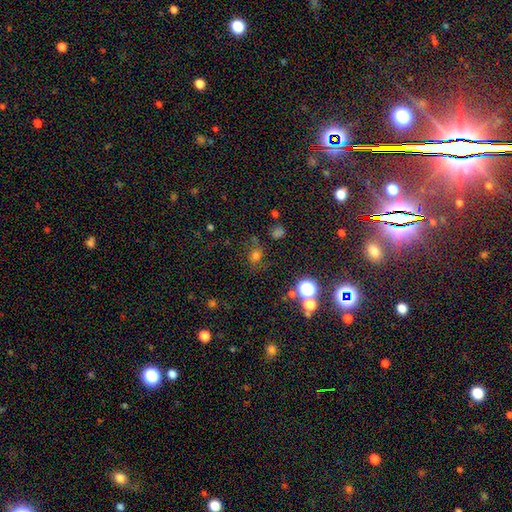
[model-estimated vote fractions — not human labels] Smooth or featured?
  - smooth: 56% *
  - star or artifact: 28%
  - featured or disk: 16%
How rounded?
  - round: 54% *
  - in between: 43%
  - cigar-shaped: 2%
Merging?
  - none: 60% *
  - minor disturbance: 20%
  - major disturbance: 14%
  - merger: 6%